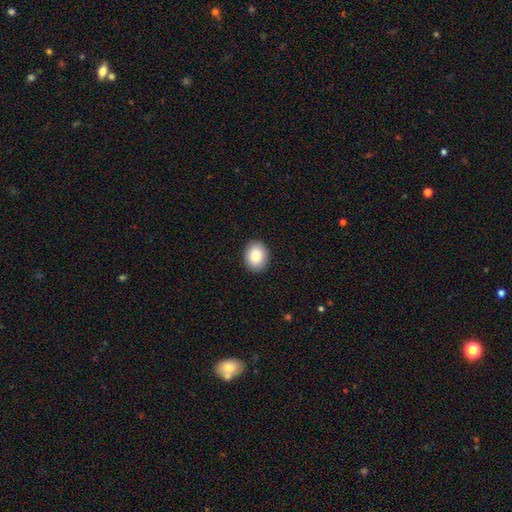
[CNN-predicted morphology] Smooth or featured?
  - smooth: 87% *
  - star or artifact: 7%
  - featured or disk: 6%
How rounded?
  - round: 54% *
  - in between: 45%
  - cigar-shaped: 1%
Merging?
  - none: 91% *
  - minor disturbance: 7%
  - major disturbance: 2%
  - merger: 1%